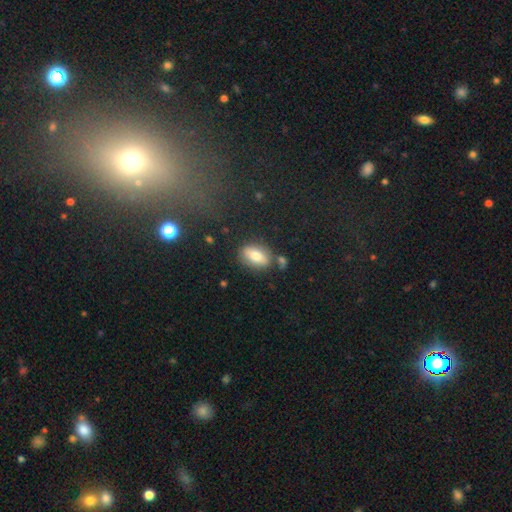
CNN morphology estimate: This appears to be a smooth galaxy with no disk features (74%) that is in between round and cigar-shaped (86%). Merging: none (77%).